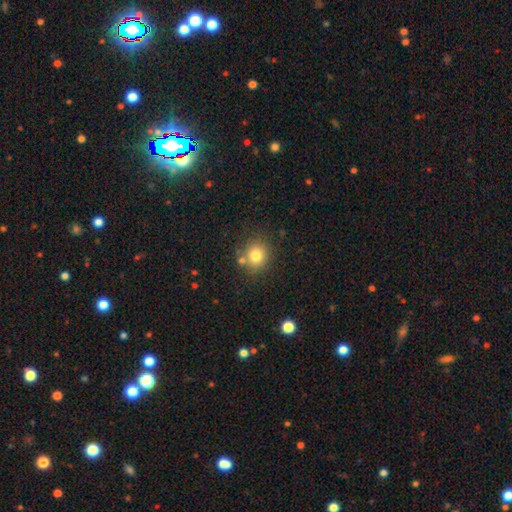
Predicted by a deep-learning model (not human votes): smooth-or-featured: smooth: 79% | star or artifact: 12% | featured or disk: 9%
  how-rounded: round: 85% | in between: 14% | cigar-shaped: 1%
  merging: none: 77% | minor disturbance: 10% | merger: 10% | major disturbance: 3%